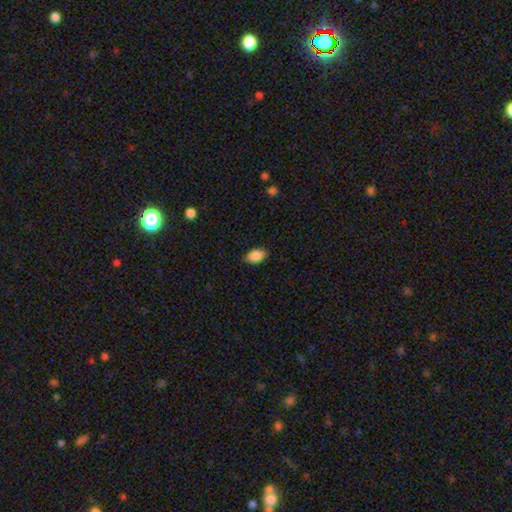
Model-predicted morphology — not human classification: Smooth or featured?
  - smooth: 86% *
  - star or artifact: 8%
  - featured or disk: 7%
How rounded?
  - in between: 89% *
  - round: 8%
  - cigar-shaped: 2%
Merging?
  - none: 84% *
  - minor disturbance: 13%
  - major disturbance: 3%
  - merger: 1%